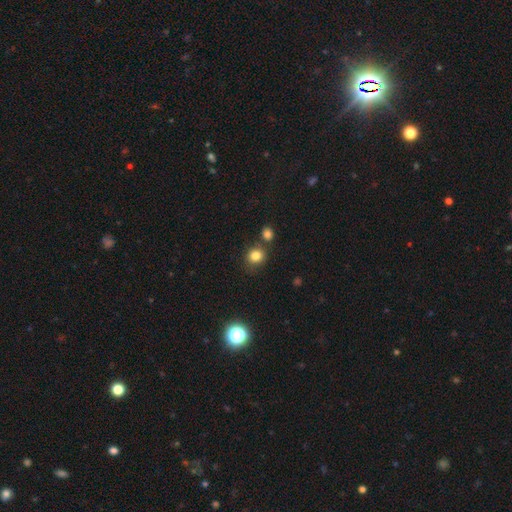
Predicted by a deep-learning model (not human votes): smooth_or_featured: smooth (p=0.82) [alt: star or artifact p=0.12]
how_rounded: round (p=0.81) [alt: in between p=0.18]
merging: none (p=0.72) [alt: merger p=0.14]